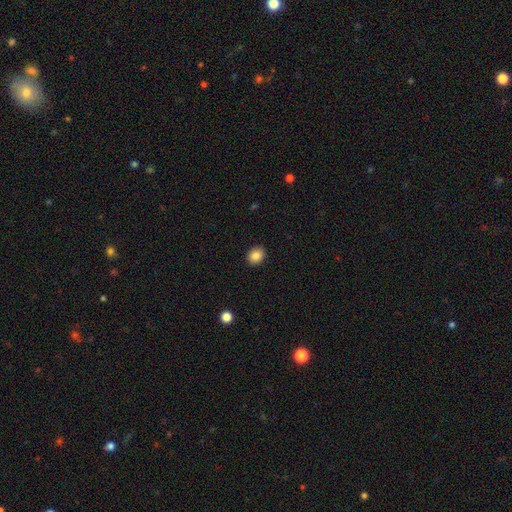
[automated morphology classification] smooth 86%, star or artifact 9%, featured or disk 5%. Down the decision tree: how rounded — round (59%); merging — none (90%).